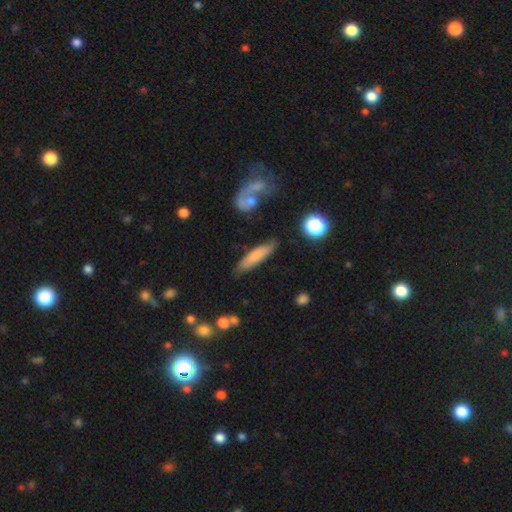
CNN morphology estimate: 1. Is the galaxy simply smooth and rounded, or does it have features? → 73% smooth, 20% featured or disk, 7% star or artifact.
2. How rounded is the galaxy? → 75% cigar-shaped, 22% in between, 2% round.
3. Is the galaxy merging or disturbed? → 77% none, 14% minor disturbance, 5% merger, 4% major disturbance.